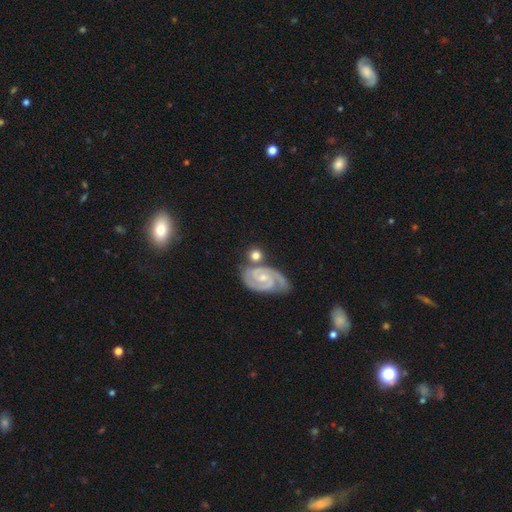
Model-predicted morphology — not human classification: smooth_or_featured: featured or disk (p=0.62) [alt: smooth p=0.30]
disk_edge_on: no (p=0.95) [alt: yes p=0.05]
bar: no (p=0.56) [alt: weak p=0.33]
has_spiral_arms: yes (p=0.94) [alt: no p=0.06]
spiral_winding: tight (p=0.60) [alt: medium p=0.35]
spiral_arm_count: 2 (p=0.86) [alt: 3 p=0.05]
bulge_size: small (p=0.50) [alt: moderate p=0.40]
merging: none (p=0.66) [alt: merger p=0.18]